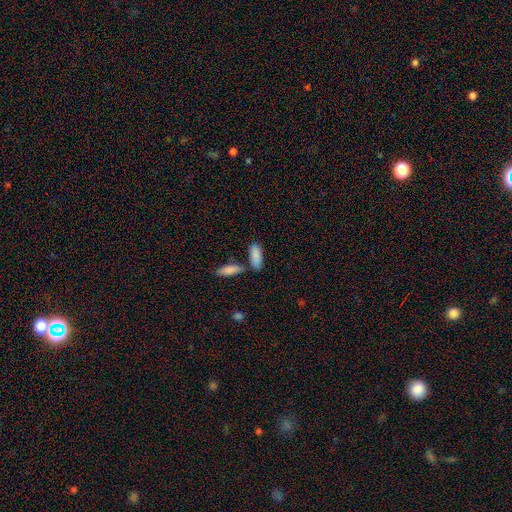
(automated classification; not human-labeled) Smooth or featured? smooth (88%)
How rounded? in between (75%)
Merging? none (62%)